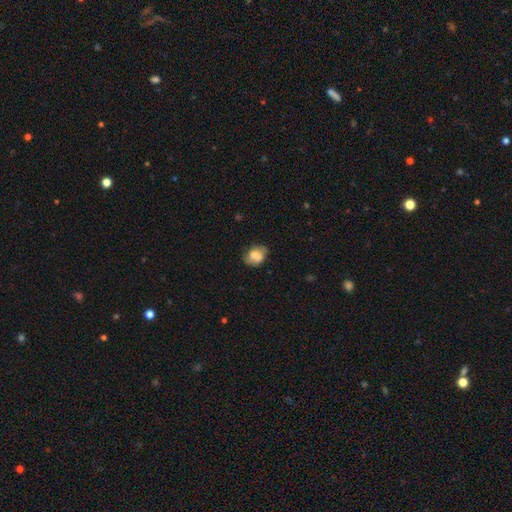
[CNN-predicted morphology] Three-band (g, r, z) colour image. It shows a smooth galaxy with no disk features (69%) that is in between round and cigar-shaped (60%). Merging: none (57%).